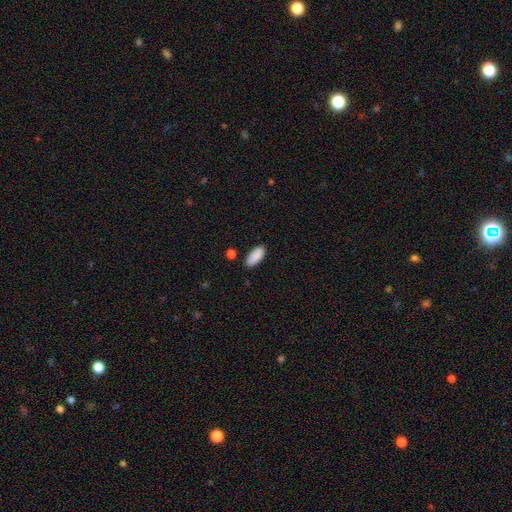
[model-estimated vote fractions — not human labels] Smooth or featured?
  - smooth: 90% *
  - star or artifact: 6%
  - featured or disk: 4%
How rounded?
  - in between: 88% *
  - cigar-shaped: 10%
  - round: 2%
Merging?
  - none: 83% *
  - minor disturbance: 11%
  - merger: 3%
  - major disturbance: 2%